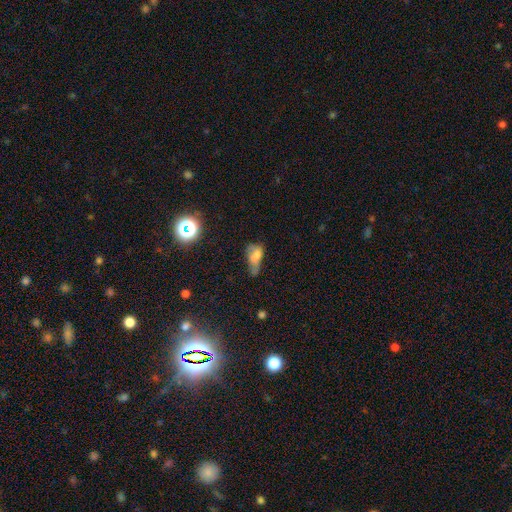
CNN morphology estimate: The model was most divided on "merging": major disturbance: 40%, minor disturbance: 28%, none: 20%, merger: 13%. More confident: how rounded — in between (79%); smooth or featured — smooth (58%).